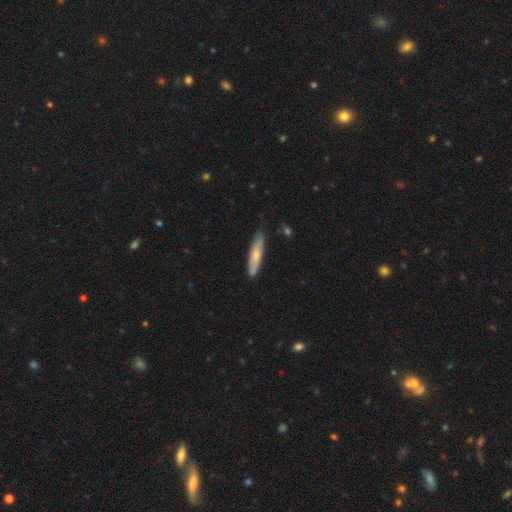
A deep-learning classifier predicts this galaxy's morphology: Smooth or featured? smooth (68%)
How rounded? cigar-shaped (85%)
Merging? none (80%)